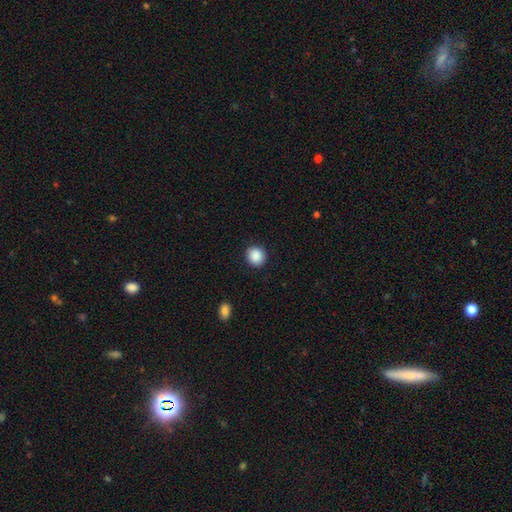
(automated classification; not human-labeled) Smooth or featured: smooth — 89% (star or artifact — 8%)
How rounded: round — 90% (in between — 9%)
Merging: none — 90% (minor disturbance — 6%)